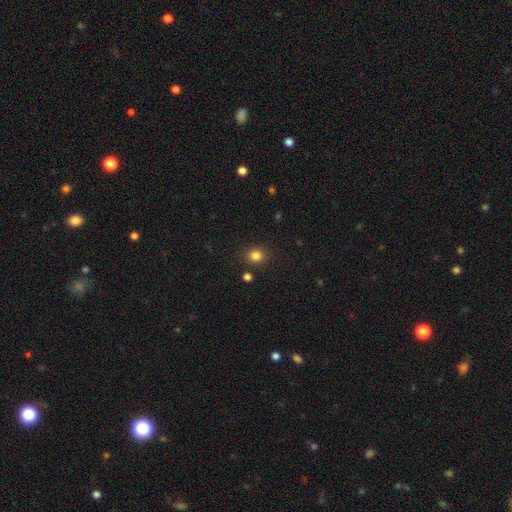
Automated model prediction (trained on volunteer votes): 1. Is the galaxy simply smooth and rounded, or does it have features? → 82% smooth, 13% star or artifact, 5% featured or disk.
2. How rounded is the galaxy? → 80% round, 20% in between, 1% cigar-shaped.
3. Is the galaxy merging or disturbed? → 87% none, 8% minor disturbance, 3% merger, 2% major disturbance.